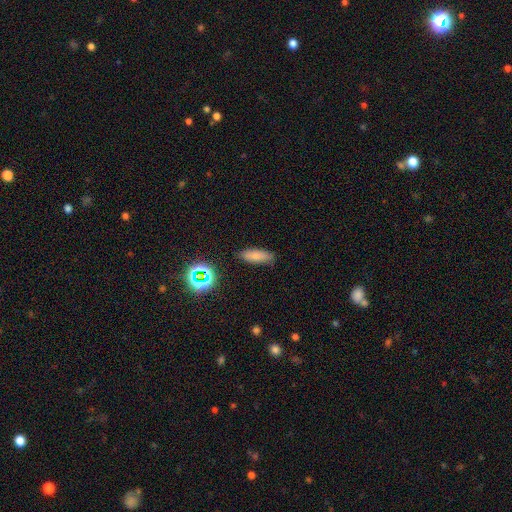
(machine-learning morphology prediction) smooth-or-featured: smooth: 76% | star or artifact: 14% | featured or disk: 11%
  how-rounded: in between: 61% | cigar-shaped: 35% | round: 4%
  merging: none: 82% | minor disturbance: 13% | major disturbance: 3% | merger: 2%